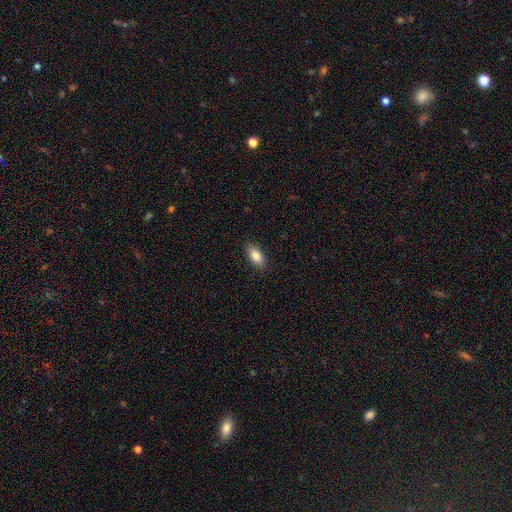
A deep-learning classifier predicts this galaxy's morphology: Smooth or featured: smooth — 84% (featured or disk — 9%)
How rounded: in between — 86% (cigar-shaped — 11%)
Merging: none — 87% (minor disturbance — 10%)